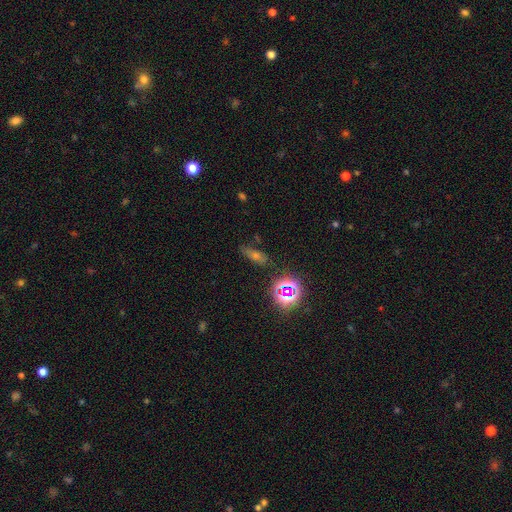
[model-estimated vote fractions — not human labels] Morphology: type=star or artifact (41%).